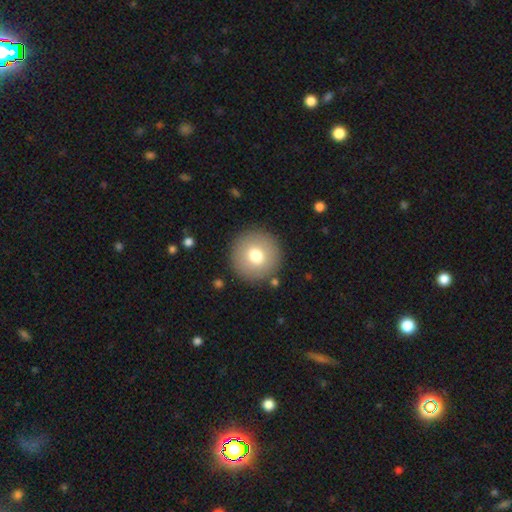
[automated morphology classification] A smooth galaxy with no disk features (75%) that is round (96%).

Vote fractions:
- Smooth or featured? smooth: 75% / featured or disk: 16% / star or artifact: 9%
- How rounded? round: 96% / in between: 3% / cigar-shaped: 1%
- Merging? none: 90% / minor disturbance: 6% / major disturbance: 3% / merger: 2%